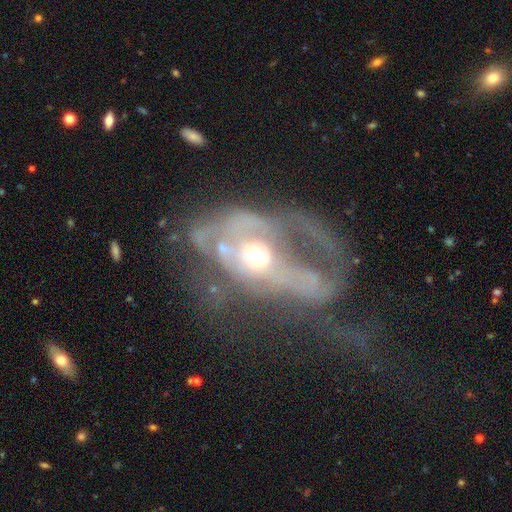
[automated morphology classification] A featured or disk galaxy (69%) with no bar (76%), no spiral arms (59%) and a moderate central bulge (62%). Merging: major disturbance (59%).